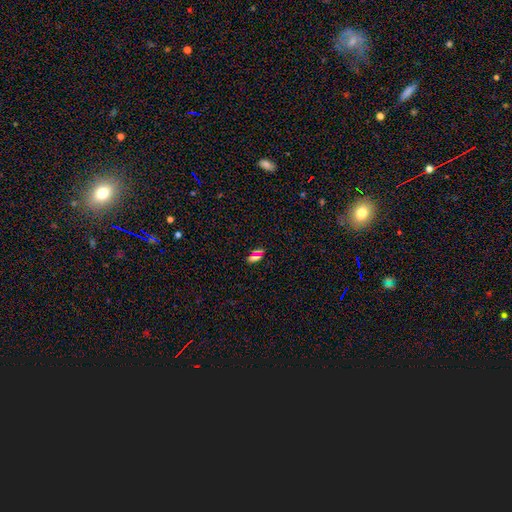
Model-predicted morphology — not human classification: smooth 55%, star or artifact 32%, featured or disk 14%. Down the decision tree: how rounded — in between (75%); merging — none (75%).